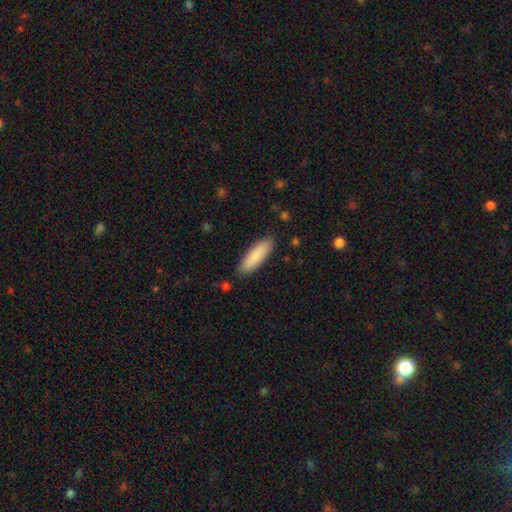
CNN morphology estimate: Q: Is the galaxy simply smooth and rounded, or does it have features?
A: smooth — 87%.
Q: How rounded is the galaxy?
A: cigar-shaped — 53%.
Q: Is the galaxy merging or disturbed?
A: none — 88%.